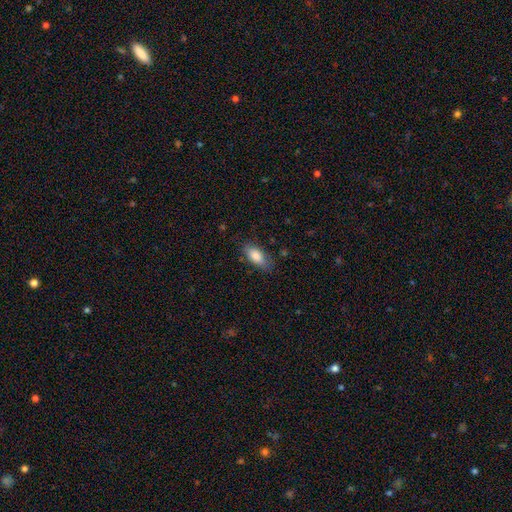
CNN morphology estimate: smooth-or-featured: smooth: 84% | featured or disk: 9% | star or artifact: 6%
  how-rounded: in between: 85% | cigar-shaped: 12% | round: 3%
  merging: none: 76% | minor disturbance: 18% | major disturbance: 4% | merger: 1%